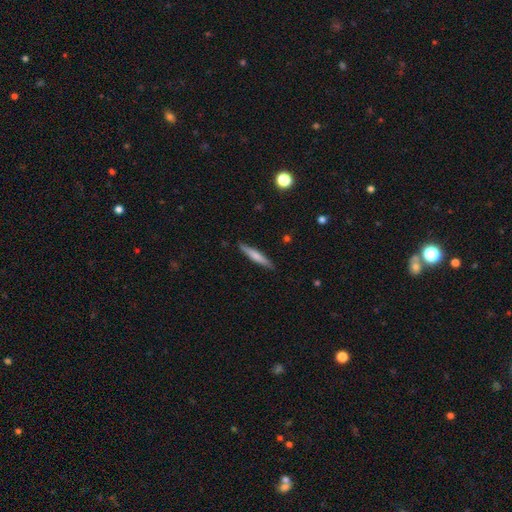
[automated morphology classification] Smooth or featured? smooth (58%)
How rounded? cigar-shaped (93%)
Merging? none (89%)